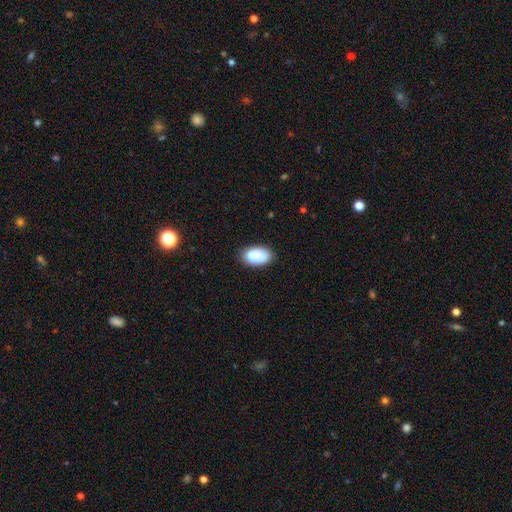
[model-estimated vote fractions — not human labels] Smooth or featured? Predicted: smooth (p=0.82). How rounded? Predicted: in between (p=0.92). Merging? Predicted: none (p=0.69).